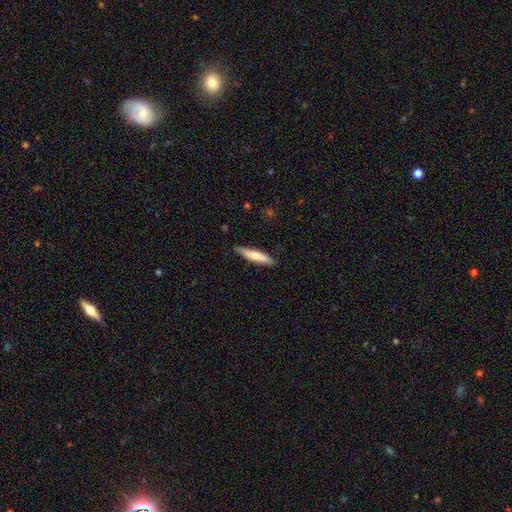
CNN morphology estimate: A smooth galaxy with no disk features (68%) that is cigar-shaped (85%). Merging: none (87%).